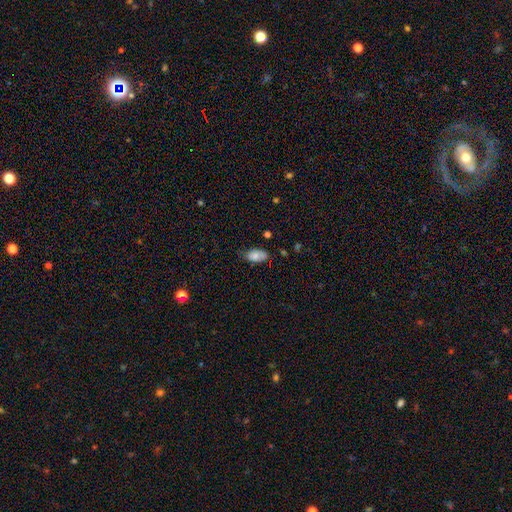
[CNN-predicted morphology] Smooth or featured? Predicted: smooth (p=0.79). How rounded? Predicted: in between (p=0.93). Merging? Predicted: none (p=0.67).